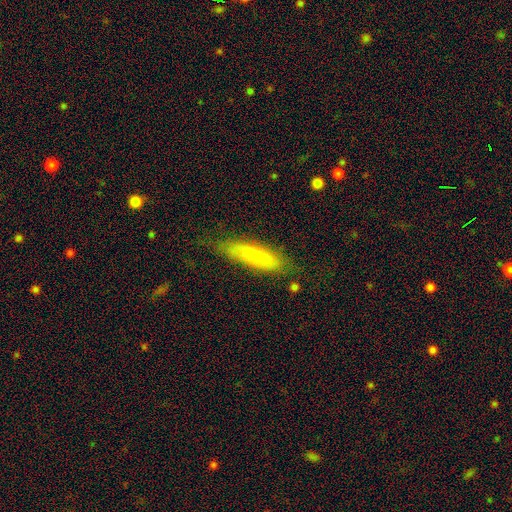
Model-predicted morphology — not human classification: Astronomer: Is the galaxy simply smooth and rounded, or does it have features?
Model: smooth — 68%.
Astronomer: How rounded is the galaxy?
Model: cigar-shaped — 61% (runner-up: in between, 37%).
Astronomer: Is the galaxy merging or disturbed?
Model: none — 74%.